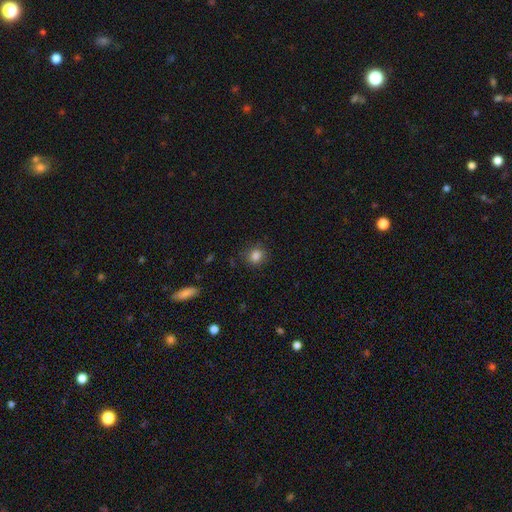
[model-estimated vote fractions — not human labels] Overall: smooth (84%). How rounded: round (72%). Merging: none (82%).